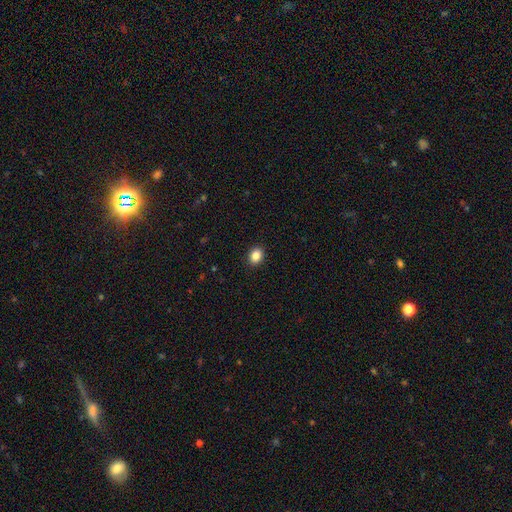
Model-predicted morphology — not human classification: Q: Smooth or featured?
A: smooth (86%); runner-up: star or artifact (10%)
Q: How rounded?
A: in between (55%); runner-up: round (44%)
Q: Merging?
A: none (91%); runner-up: minor disturbance (6%)